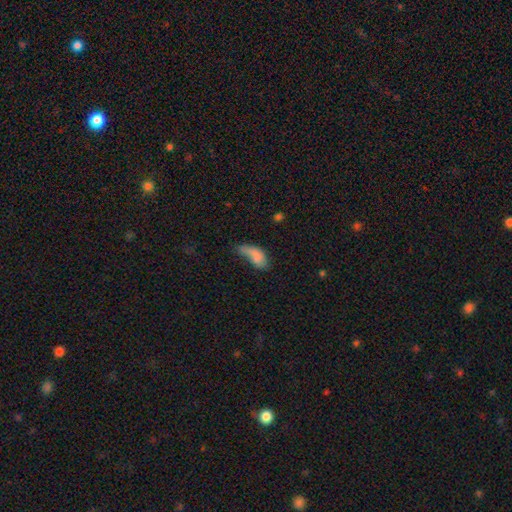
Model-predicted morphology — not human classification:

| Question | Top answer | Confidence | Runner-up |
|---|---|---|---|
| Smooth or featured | smooth | 71% | featured or disk (19%) |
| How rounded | in between | 87% | cigar-shaped (8%) |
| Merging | major disturbance | 41% | minor disturbance (27%) |